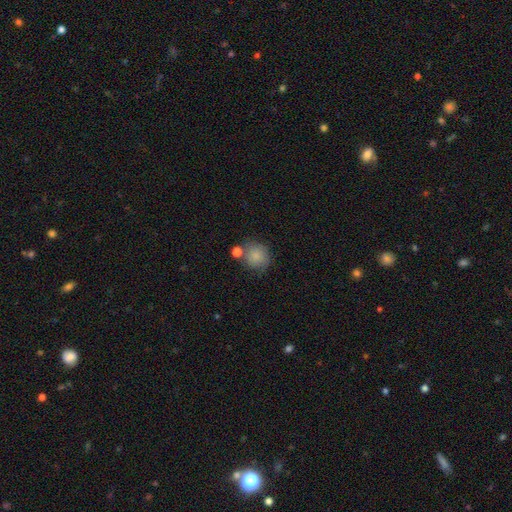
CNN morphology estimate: This appears to be a smooth galaxy with no disk features (84%) that is round (85%). Merging: none (65%).